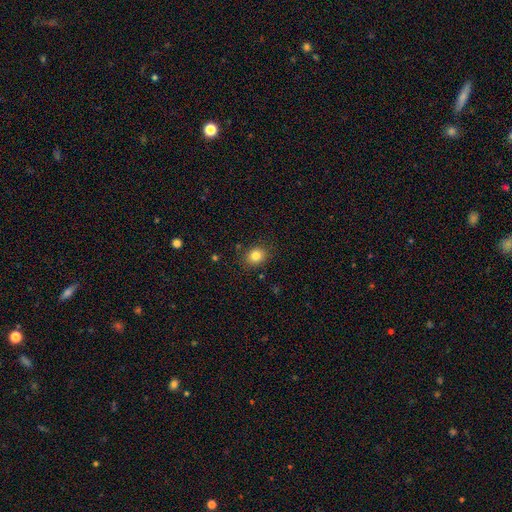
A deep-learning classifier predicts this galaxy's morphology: A smooth galaxy with no disk features (82%) that is round (66%). Merging: none (86%).